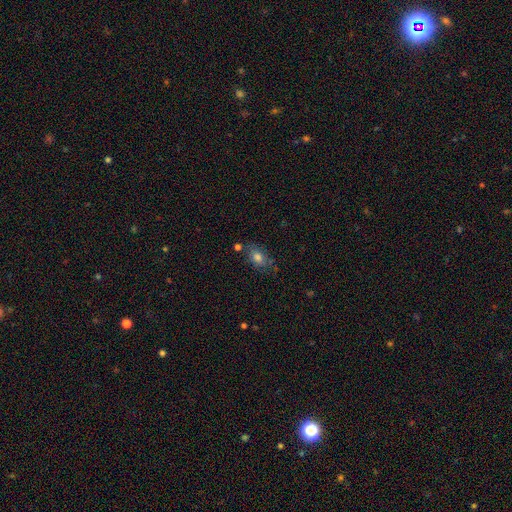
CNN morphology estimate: Q: Smooth or featured?
A: smooth (64%); runner-up: star or artifact (19%)
Q: How rounded?
A: in between (69%); runner-up: round (27%)
Q: Merging?
A: none (73%); runner-up: minor disturbance (17%)